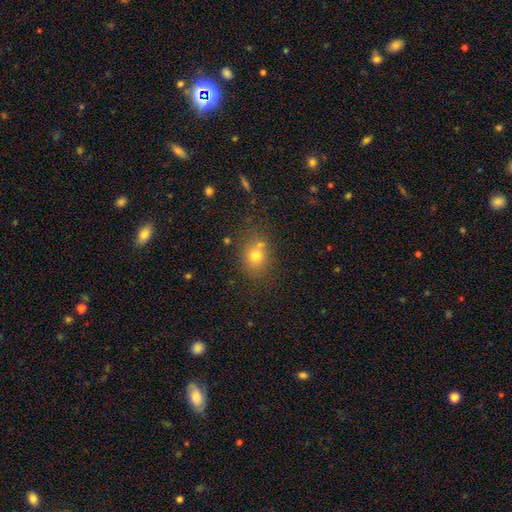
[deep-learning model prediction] A smooth galaxy with no disk features (73%) that is round (64%).

Vote fractions:
- Smooth or featured? smooth: 73% / star or artifact: 15% / featured or disk: 12%
- How rounded? round: 64% / in between: 35% / cigar-shaped: 1%
- Merging? none: 67% / merger: 16% / minor disturbance: 13% / major disturbance: 5%